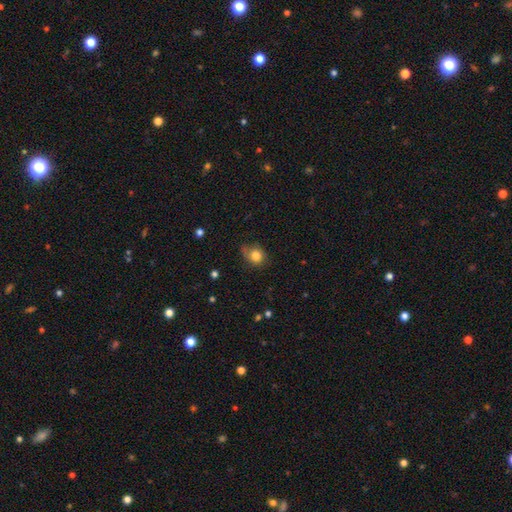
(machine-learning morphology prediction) smooth-or-featured: smooth: 80% | featured or disk: 10% | star or artifact: 10%
  how-rounded: round: 67% | in between: 32% | cigar-shaped: 1%
  merging: none: 58% | minor disturbance: 30% | major disturbance: 9% | merger: 3%